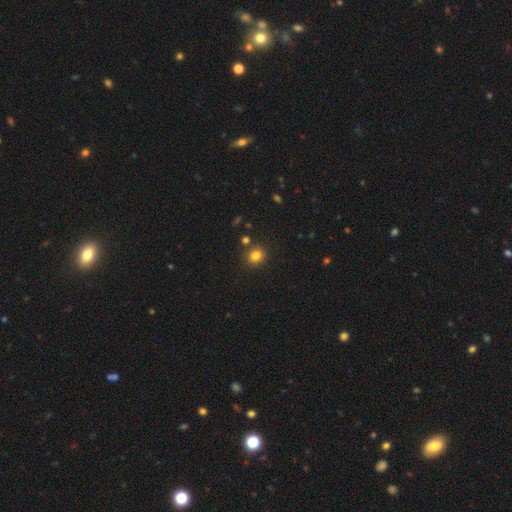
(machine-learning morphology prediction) Smooth or featured? Predicted: smooth (p=0.80). How rounded? Predicted: round (p=0.82). Merging? Predicted: none (p=0.85).